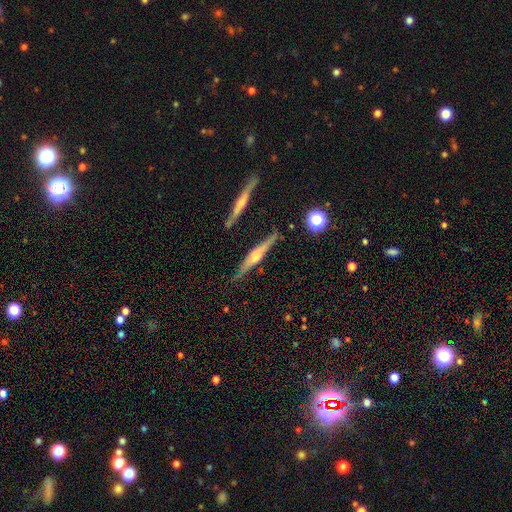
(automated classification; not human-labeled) This is likely a featured or disk galaxy (73%). It is clearly viewed edge-on (97%). Edge-on bulge: likely rounded (79%). Merging: clearly none (82%).